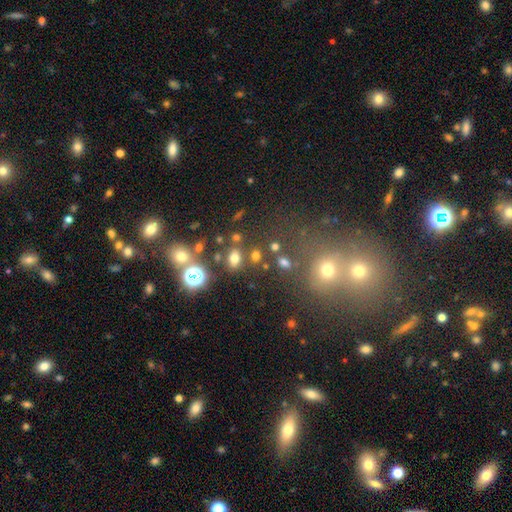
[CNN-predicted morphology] Overall: smooth (71%). How rounded: in between (63%; round 34%). Merging: none (71%).